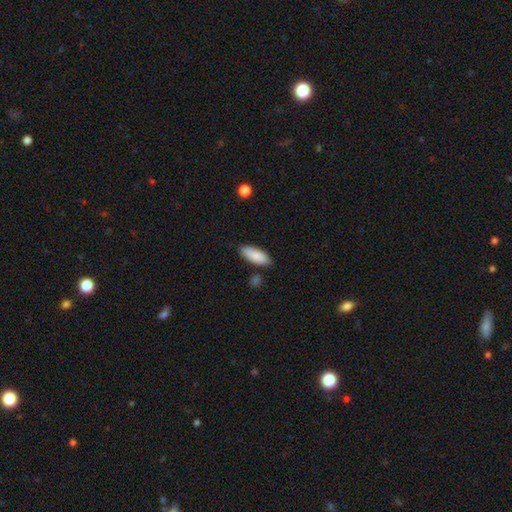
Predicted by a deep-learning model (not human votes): Smooth or featured? Predicted: smooth (p=0.87). How rounded? Predicted: in between (p=0.77). Merging? Predicted: none (p=0.81).